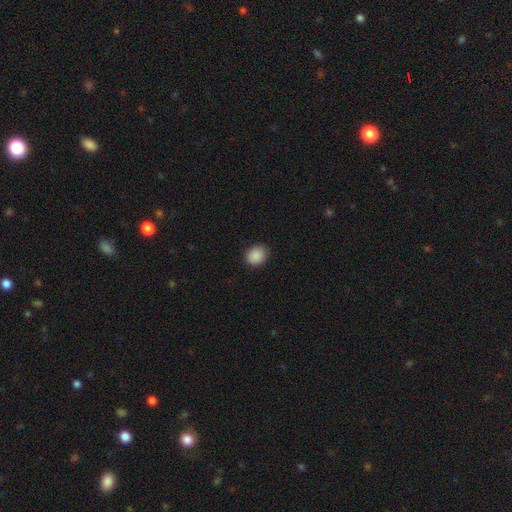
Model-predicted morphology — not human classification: Smooth or featured? smooth (89%)
How rounded? round (70%)
Merging? none (90%)